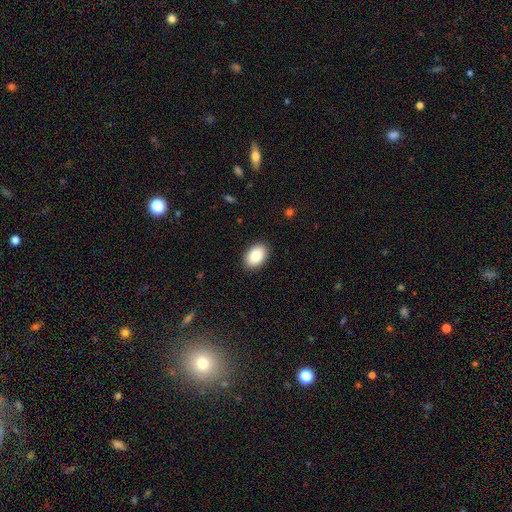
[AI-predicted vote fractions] Q: Smooth or featured?
A: smooth (88%); runner-up: star or artifact (7%)
Q: How rounded?
A: in between (89%); runner-up: round (10%)
Q: Merging?
A: none (90%); runner-up: minor disturbance (7%)